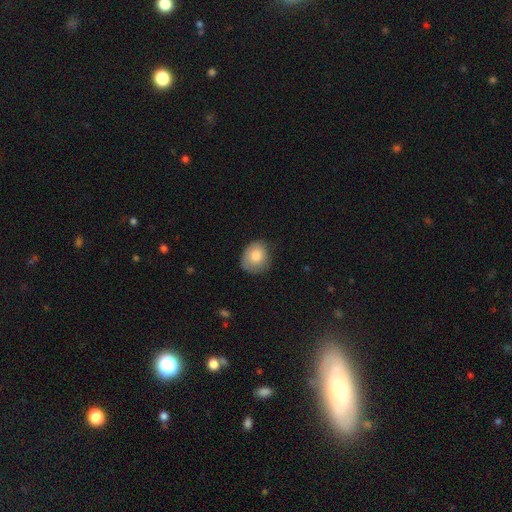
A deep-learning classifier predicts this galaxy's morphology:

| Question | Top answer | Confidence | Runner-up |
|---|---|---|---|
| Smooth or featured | smooth | 79% | featured or disk (14%) |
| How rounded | round | 65% | in between (34%) |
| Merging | none | 68% | minor disturbance (25%) |